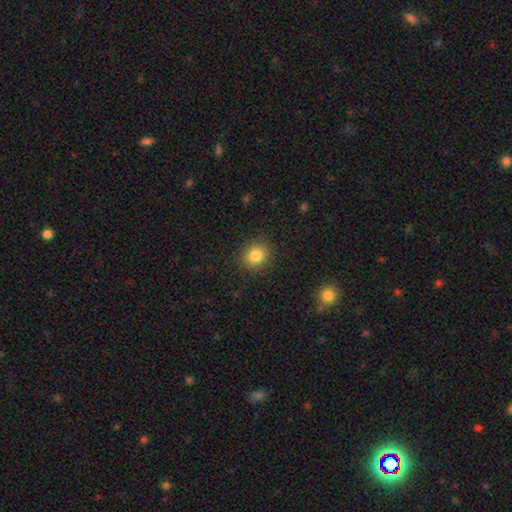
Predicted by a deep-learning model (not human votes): The model was most divided on "how rounded": round: 74%, in between: 25%, cigar-shaped: 1%. More confident: merging — none (90%); smooth or featured — smooth (83%).